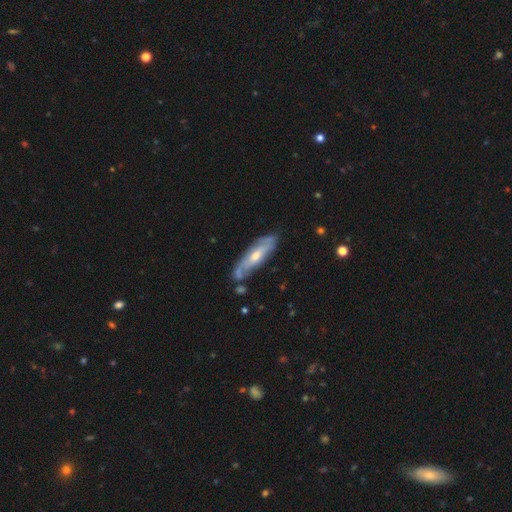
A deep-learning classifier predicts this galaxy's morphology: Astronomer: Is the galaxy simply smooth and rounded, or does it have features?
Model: featured or disk — 66%.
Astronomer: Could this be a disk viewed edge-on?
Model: no — 64%.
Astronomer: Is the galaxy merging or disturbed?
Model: none — 69%.